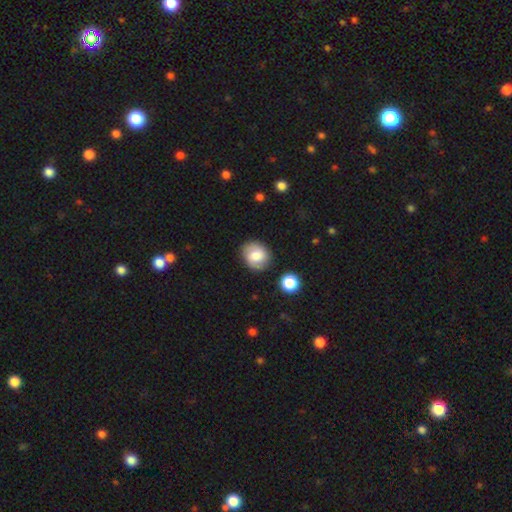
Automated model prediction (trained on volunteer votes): Smooth or featured: smooth — 62% (featured or disk — 30%)
How rounded: round — 67% (in between — 32%)
Merging: none — 82% (minor disturbance — 12%)